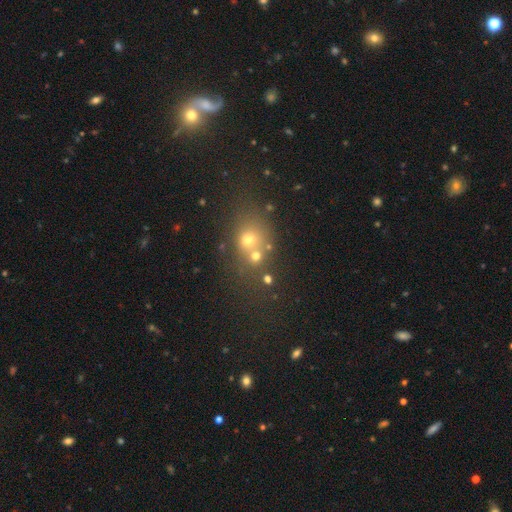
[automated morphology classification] smooth 58%, star or artifact 25%, featured or disk 17%. Down the decision tree: how rounded — round (62%); merging — none (46%).